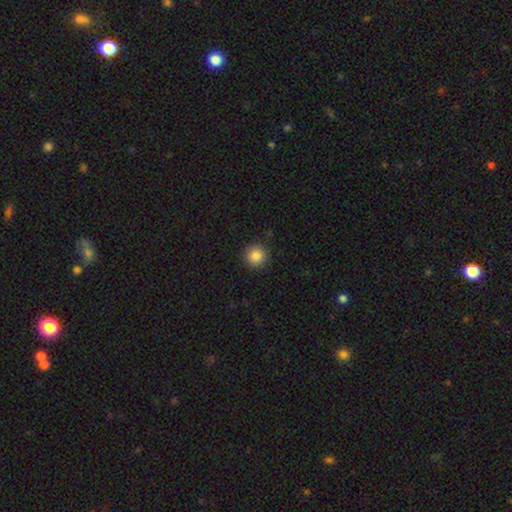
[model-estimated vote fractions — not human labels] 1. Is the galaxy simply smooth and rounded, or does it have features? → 86% smooth, 10% star or artifact, 4% featured or disk.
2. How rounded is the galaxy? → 95% round, 4% in between, 1% cigar-shaped.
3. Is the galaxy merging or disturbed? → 91% none, 6% minor disturbance, 2% major disturbance, 1% merger.